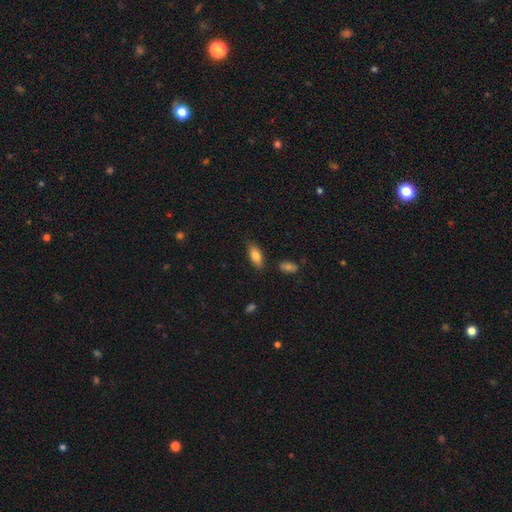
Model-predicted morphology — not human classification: smooth_or_featured: smooth (p=0.79) [alt: featured or disk p=0.14]
how_rounded: in between (p=0.80) [alt: cigar-shaped p=0.18]
merging: none (p=0.82) [alt: minor disturbance p=0.13]